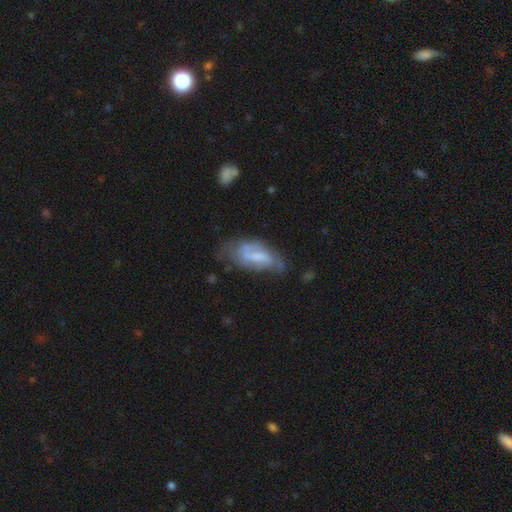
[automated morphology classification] type=featured or disk (60%); edge-on=no (92%); bar=weak (48%); spiral arms=yes (74%); bulge=small (33%); merging=none (46%).